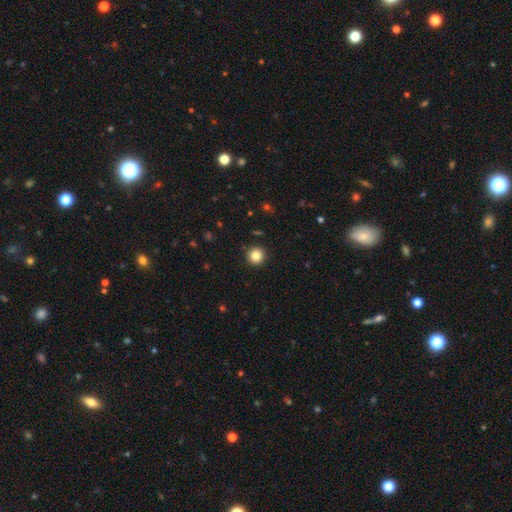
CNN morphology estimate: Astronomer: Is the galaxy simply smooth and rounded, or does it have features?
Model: smooth — 84%.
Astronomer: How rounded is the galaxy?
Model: round — 96%.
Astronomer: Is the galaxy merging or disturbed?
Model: none — 93%.